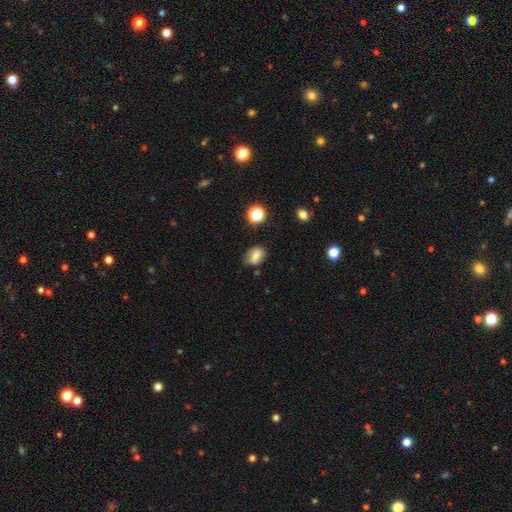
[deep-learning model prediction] smooth-or-featured: smooth: 69% | featured or disk: 20% | star or artifact: 12%
  how-rounded: in between: 66% | round: 32% | cigar-shaped: 2%
  merging: none: 68% | minor disturbance: 22% | major disturbance: 6% | merger: 3%